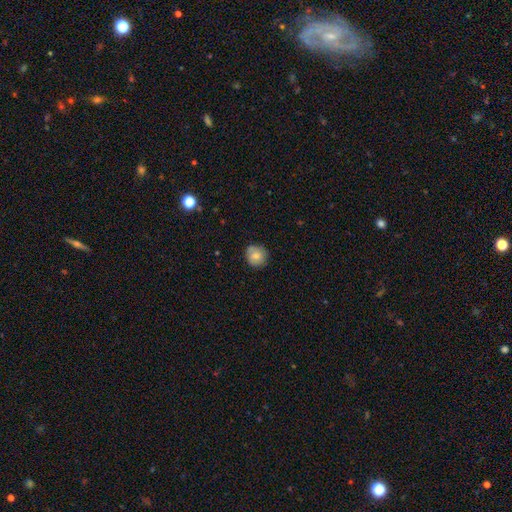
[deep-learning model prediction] Morphology: type=smooth (75%); roundness=round (88%); merging=none (81%).